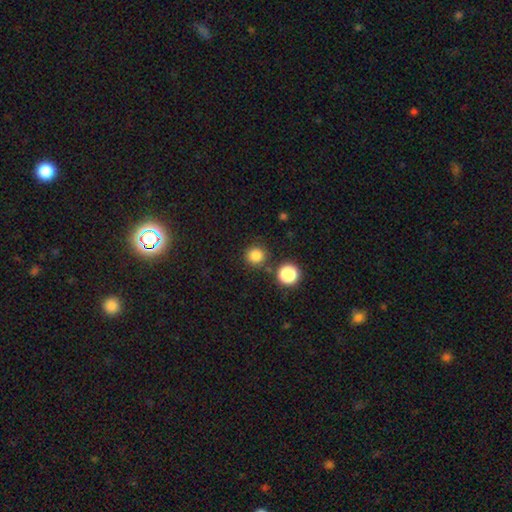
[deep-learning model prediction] A smooth galaxy with no disk features (83%) that is round (93%). Merging: none (84%).